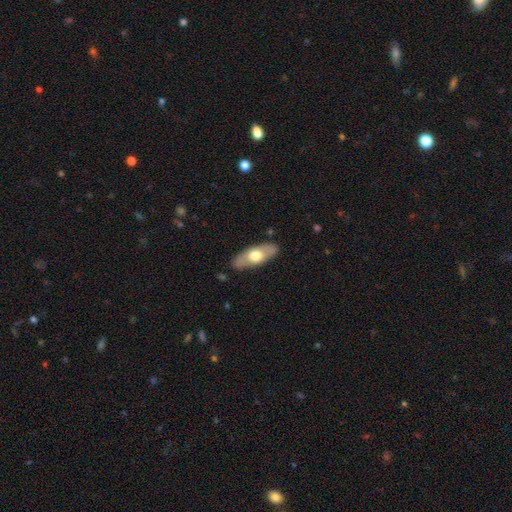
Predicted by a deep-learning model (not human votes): Q: Smooth or featured?
A: smooth (56%); runner-up: featured or disk (39%)
Q: How rounded?
A: in between (77%); runner-up: cigar-shaped (20%)
Q: Merging?
A: none (85%); runner-up: minor disturbance (11%)